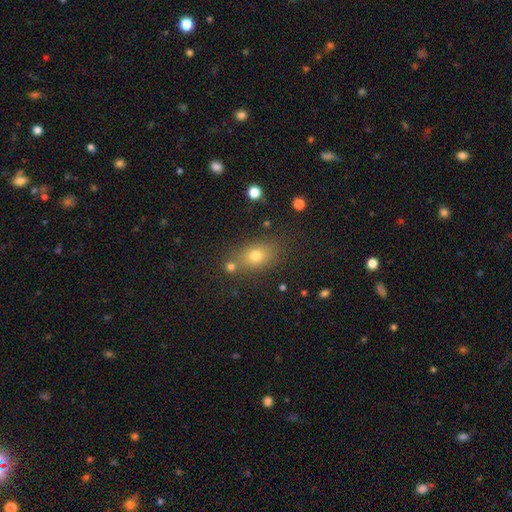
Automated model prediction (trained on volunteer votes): Morphology: type=smooth (72%); roundness=in between (69%); merging=none (74%).